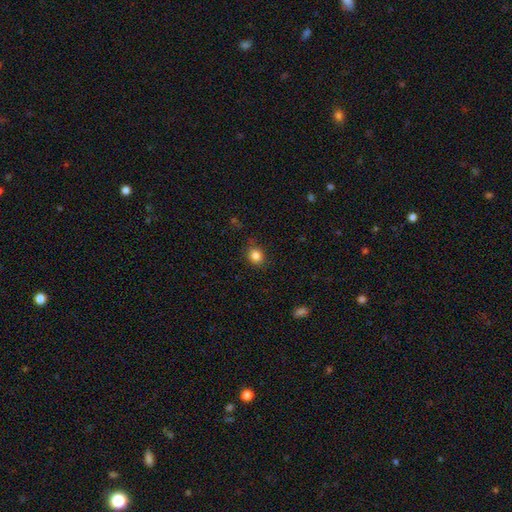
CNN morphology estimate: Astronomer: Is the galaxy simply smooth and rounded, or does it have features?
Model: smooth — 84%.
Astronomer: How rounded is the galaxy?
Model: round — 74%.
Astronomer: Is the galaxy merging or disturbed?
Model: none — 84%.